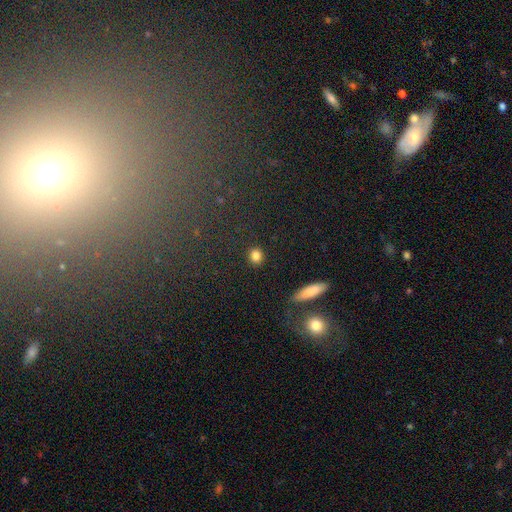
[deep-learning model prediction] smooth-or-featured: smooth: 84% | star or artifact: 11% | featured or disk: 5%
  how-rounded: round: 79% | in between: 19% | cigar-shaped: 2%
  merging: none: 90% | minor disturbance: 7% | major disturbance: 2% | merger: 2%